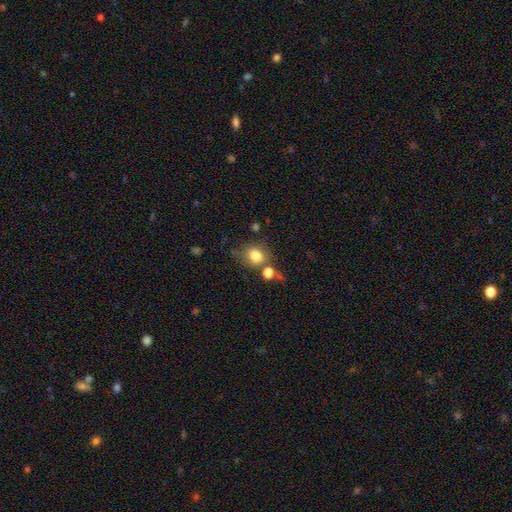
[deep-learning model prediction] Smooth or featured? Predicted: smooth (p=0.80). How rounded? Predicted: round (p=0.60). Merging? Predicted: none (p=0.56).